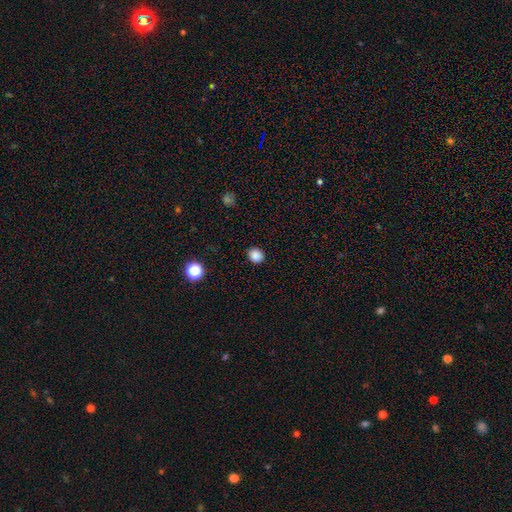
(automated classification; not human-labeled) Smooth or featured? smooth (86%)
How rounded? round (68%)
Merging? none (89%)